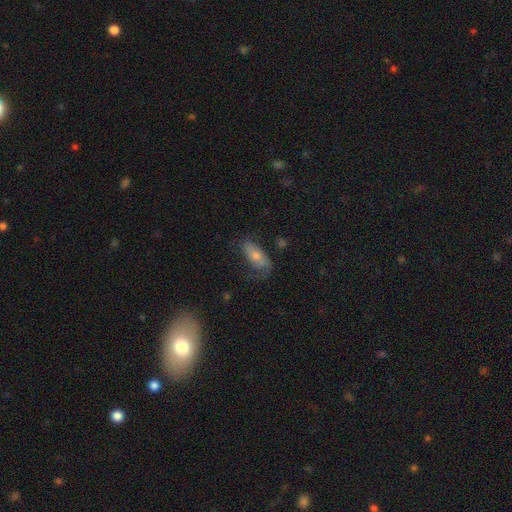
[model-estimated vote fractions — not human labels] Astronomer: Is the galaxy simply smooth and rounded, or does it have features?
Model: smooth — 52% (runner-up: featured or disk, 40%).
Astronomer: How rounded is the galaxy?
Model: in between — 81%.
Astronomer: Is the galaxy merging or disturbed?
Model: none — 52% (runner-up: minor disturbance, 27%).